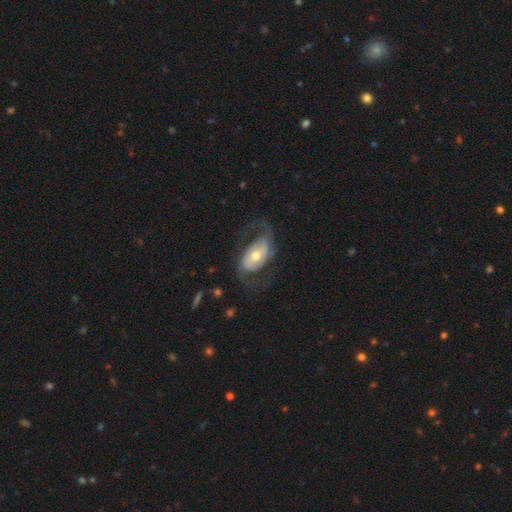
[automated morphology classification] featured or disk 78%, smooth 17%, star or artifact 6%. Down the decision tree: edge-on disk — no (95%); bar — no (45%); spiral arms — yes (90%); spiral arm count — 2 (88%); spiral winding — loose (47%); bulge size — moderate (64%); merging — none (62%).